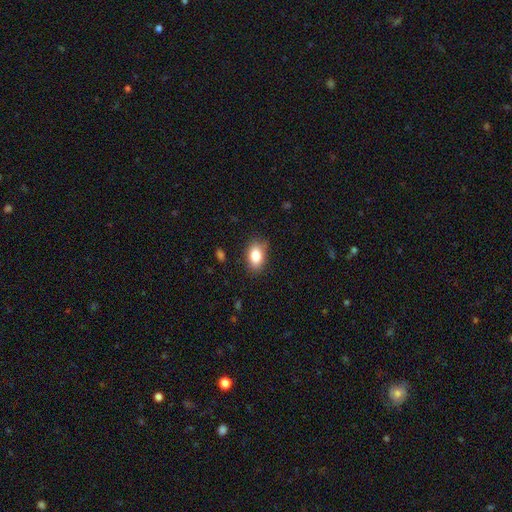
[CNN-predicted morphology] A smooth galaxy with no disk features (83%) that is in between round and cigar-shaped (86%). Merging: none (80%).